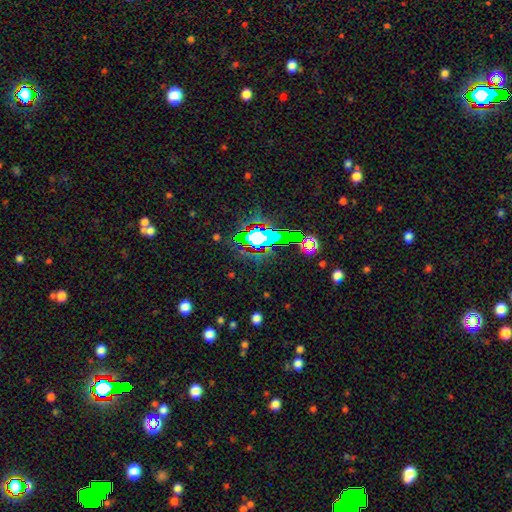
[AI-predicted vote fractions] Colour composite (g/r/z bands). It shows a star or artifact, not a galaxy (72%).